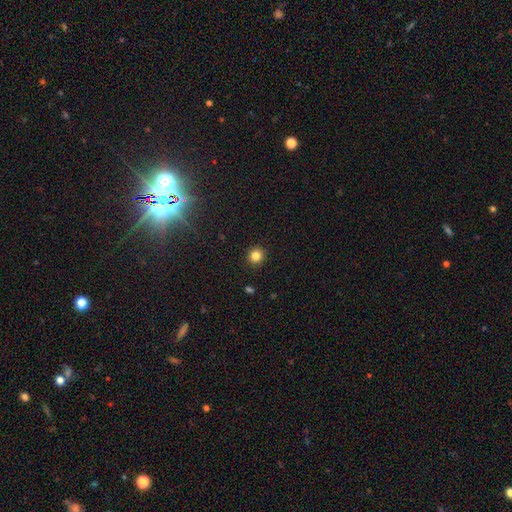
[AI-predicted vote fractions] Smooth or featured? smooth (83%)
How rounded? round (92%)
Merging? none (92%)